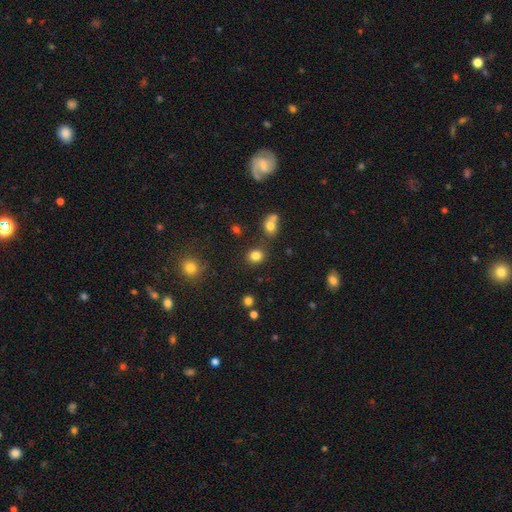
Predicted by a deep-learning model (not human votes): Morphology: type=smooth (81%); roundness=round (72%); merging=none (77%).